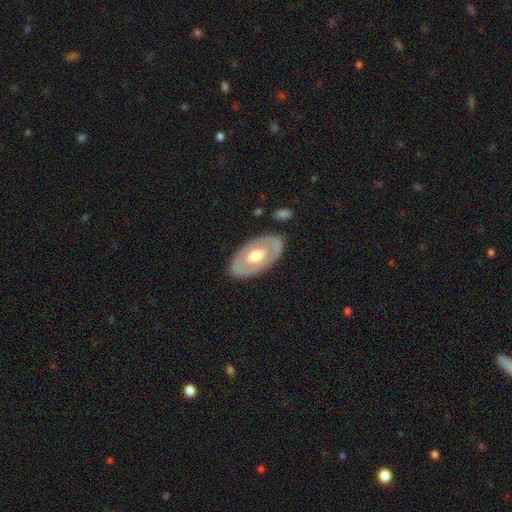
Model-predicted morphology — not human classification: A featured or disk galaxy (59%) with no bar (74%), no spiral arms (84%) and a moderate central bulge (68%). Merging: none (83%).